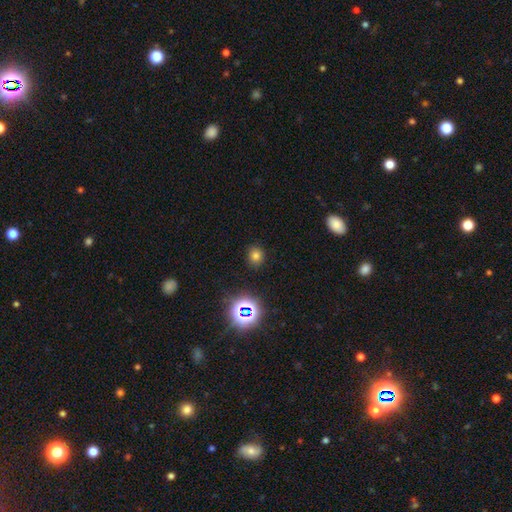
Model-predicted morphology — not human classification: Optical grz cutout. It shows a smooth galaxy with no disk features (71%) that is round (79%). Merging: none (88%).